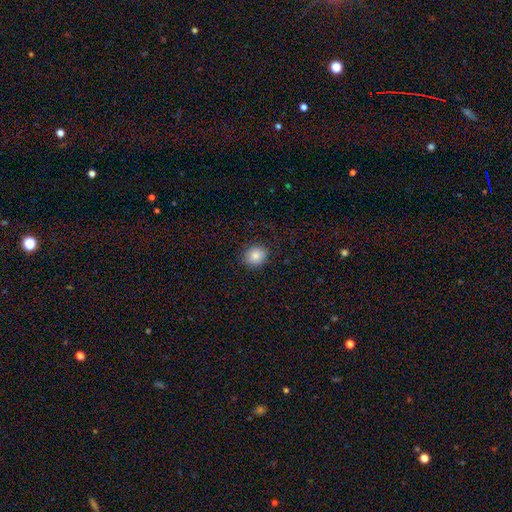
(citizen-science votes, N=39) This is clearly a smooth galaxy (95%). How rounded: likely round (78%). Merging: clearly none (92%).